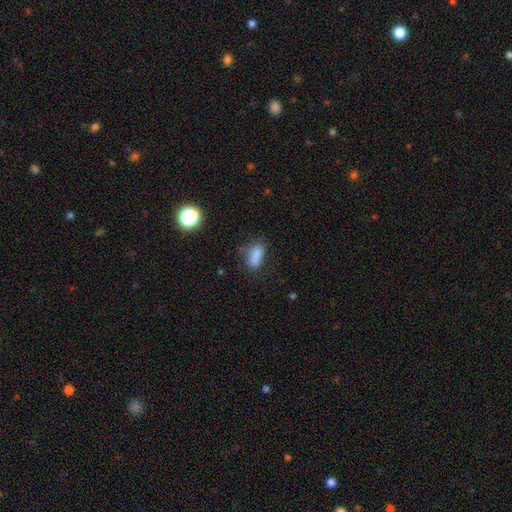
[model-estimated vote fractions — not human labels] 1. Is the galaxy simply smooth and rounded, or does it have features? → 82% smooth, 11% star or artifact, 7% featured or disk.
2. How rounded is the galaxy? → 77% in between, 18% cigar-shaped, 5% round.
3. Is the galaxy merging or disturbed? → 60% none, 26% minor disturbance, 11% major disturbance, 4% merger.